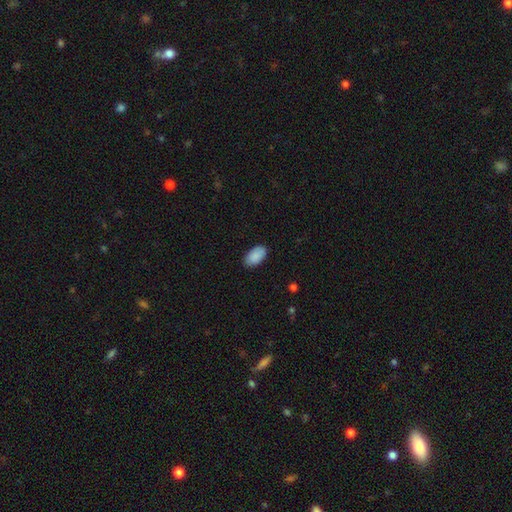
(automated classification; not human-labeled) smooth_or_featured: smooth (p=0.89) [alt: star or artifact p=0.06]
how_rounded: in between (p=0.95) [alt: round p=0.03]
merging: none (p=0.86) [alt: minor disturbance p=0.11]